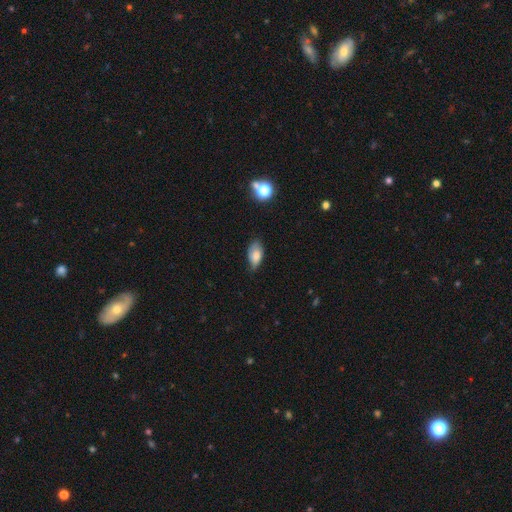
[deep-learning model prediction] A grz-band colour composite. It shows a smooth galaxy with no disk features (75%) that is in between round and cigar-shaped (92%). Merging: none (57%).